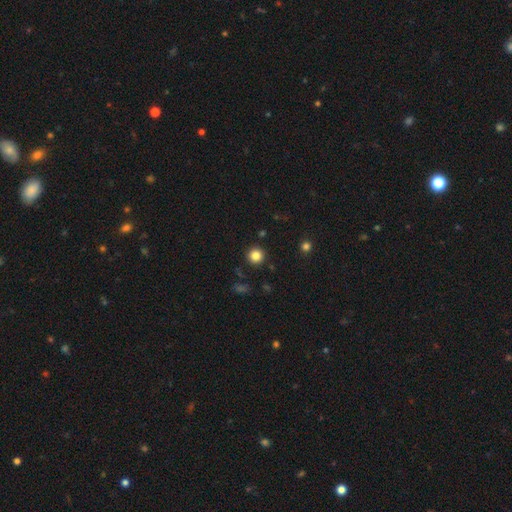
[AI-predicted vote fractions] A smooth galaxy with no disk features (83%) that is round (95%). Merging: none (91%).